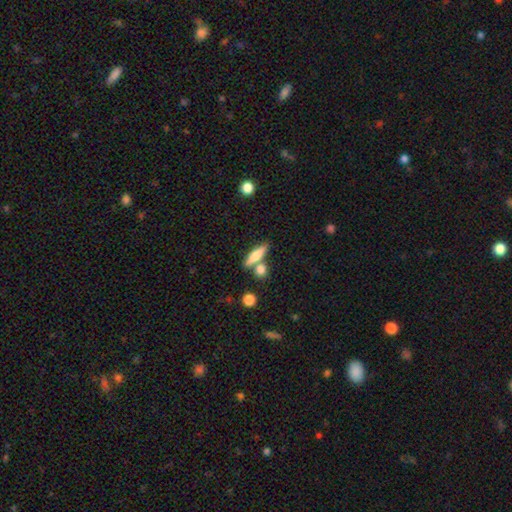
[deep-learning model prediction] A smooth galaxy with no disk features (63%) that is cigar-shaped (63%). Merging: none (65%).